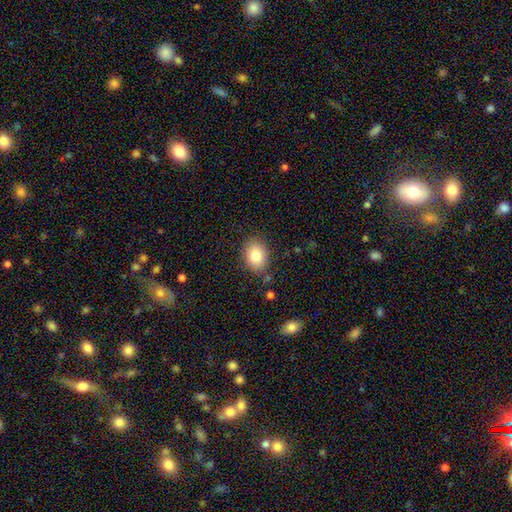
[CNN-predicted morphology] Smooth or featured? smooth (82%)
How rounded? in between (71%)
Merging? none (83%)